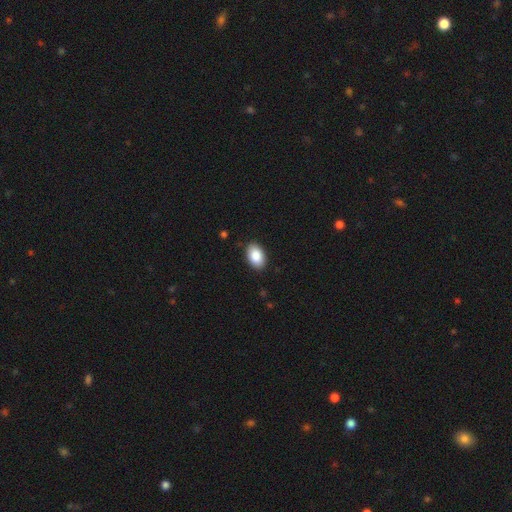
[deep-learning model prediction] The model was most divided on "merging": none: 89%, minor disturbance: 8%, major disturbance: 2%, merger: 1%. More confident: how rounded — in between (92%); smooth or featured — smooth (88%).